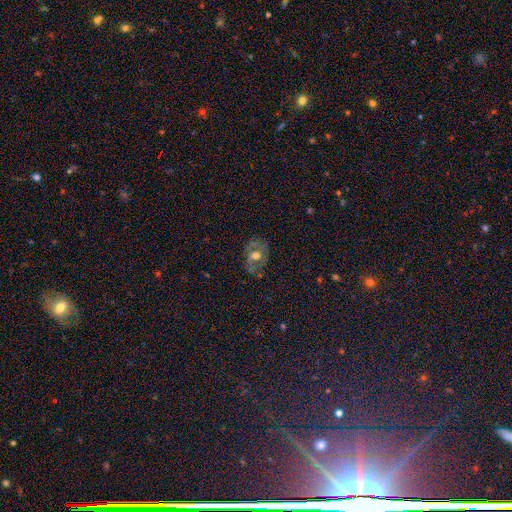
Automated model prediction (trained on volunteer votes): smooth-or-featured: featured or disk: 54% | smooth: 34% | star or artifact: 12%
  disk-edge-on: no: 94% | yes: 6%
    bar: no: 59% | weak: 30% | strong: 11%
    has-spiral-arms: yes: 52% | no: 48%
    bulge-size: moderate: 71% | large: 14% | small: 12% | none: 2% | dominant: 1%
  merging: none: 63% | minor disturbance: 21% | major disturbance: 13% | merger: 3%